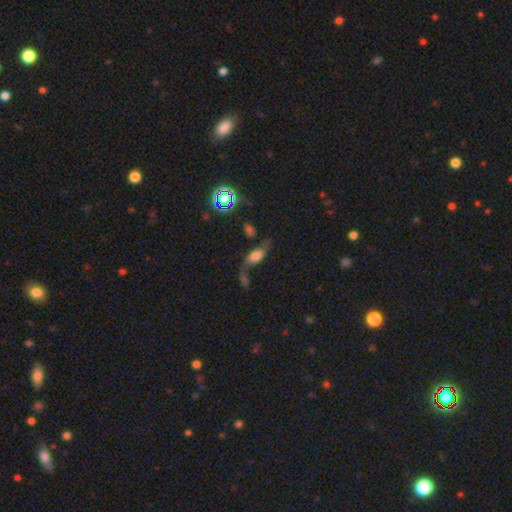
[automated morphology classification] smooth_or_featured: featured or disk (p=0.47) [alt: smooth p=0.39]
merging: none (p=0.36) [alt: major disturbance p=0.24]